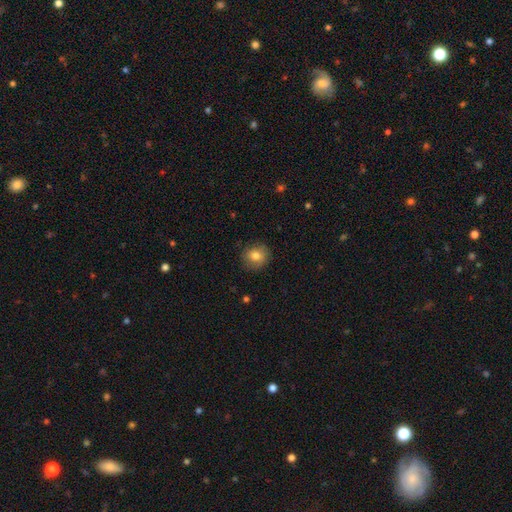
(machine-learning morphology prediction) This appears to be a smooth galaxy with no disk features (80%) that is round (79%). Merging: none (83%).